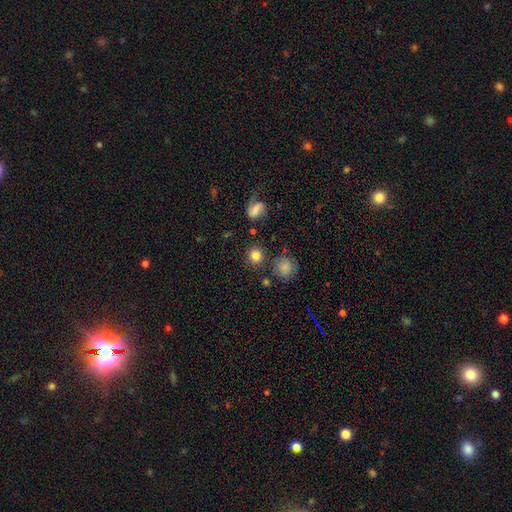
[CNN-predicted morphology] smooth_or_featured: smooth (p=0.82) [alt: star or artifact p=0.11]
how_rounded: round (p=0.87) [alt: in between p=0.12]
merging: none (p=0.82) [alt: minor disturbance p=0.08]